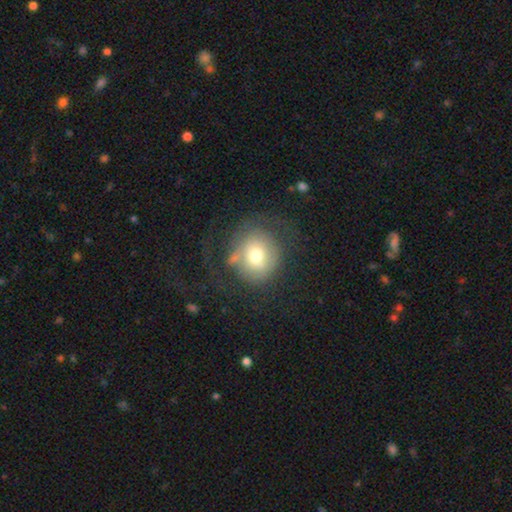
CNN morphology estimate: Overall: smooth (58%; featured or disk 32%). How rounded: round (82%). Merging: none (50%; major disturbance 27%).